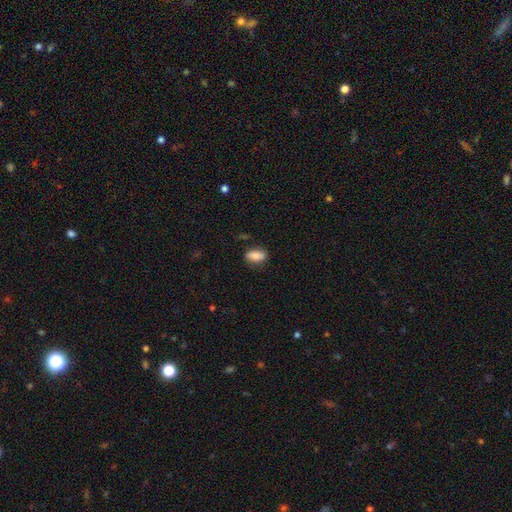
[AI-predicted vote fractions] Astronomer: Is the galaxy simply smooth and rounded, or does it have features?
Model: smooth — 79%.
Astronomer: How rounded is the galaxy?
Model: in between — 88%.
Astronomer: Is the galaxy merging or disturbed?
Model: none — 76%.